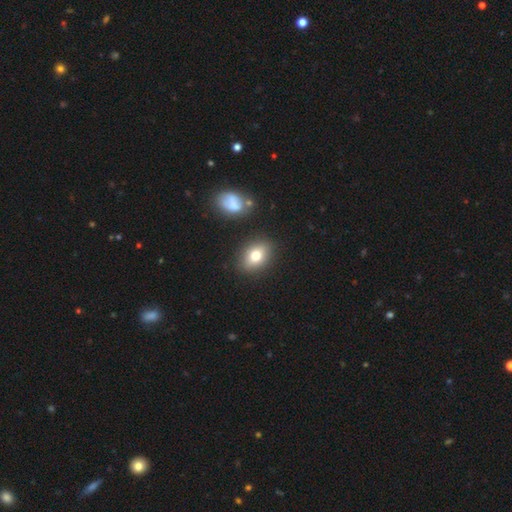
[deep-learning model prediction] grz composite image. It shows a smooth galaxy with no disk features (75%) that is in between round and cigar-shaped (73%). Merging: none (84%).